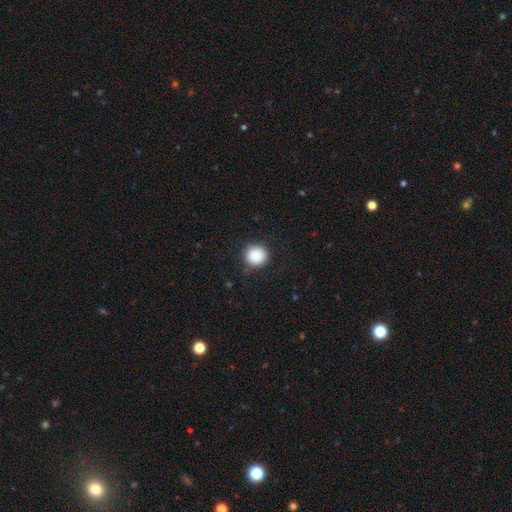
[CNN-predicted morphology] This appears to be a smooth galaxy with no disk features (89%) that is round (93%). Merging: none (87%).